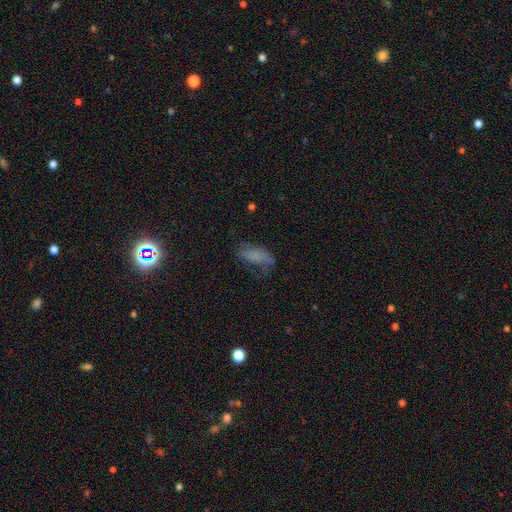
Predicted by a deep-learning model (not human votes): smooth 54%, featured or disk 31%, star or artifact 15%. Down the decision tree: how rounded — in between (82%); merging — none (38%).